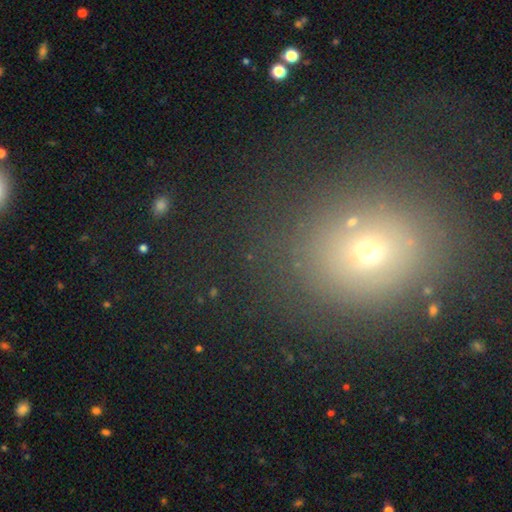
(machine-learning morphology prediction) Overall: smooth (54%; star or artifact 33%). How rounded: round (74%). Merging: none (76%).